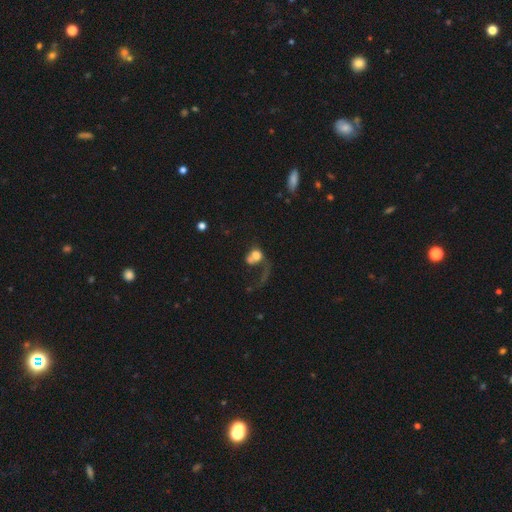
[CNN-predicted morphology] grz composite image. It shows a smooth galaxy with no disk features (55%) that is round (55%). Merging: major disturbance (40%).